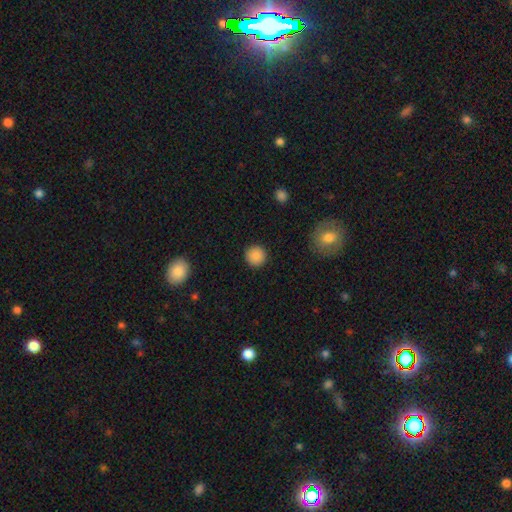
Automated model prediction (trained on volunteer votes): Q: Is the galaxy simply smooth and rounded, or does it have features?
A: smooth — 88%.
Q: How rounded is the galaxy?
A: round — 95%.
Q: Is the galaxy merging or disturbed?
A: none — 92%.